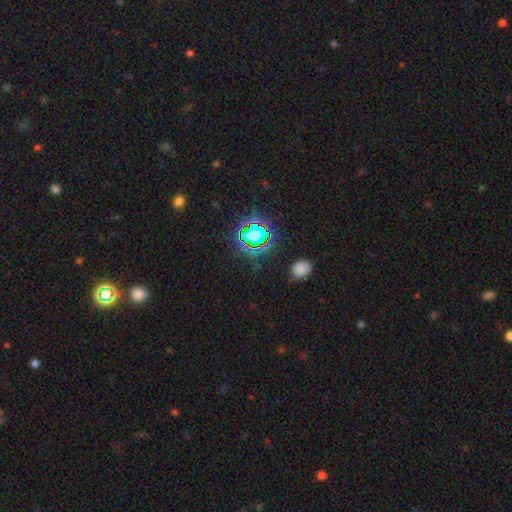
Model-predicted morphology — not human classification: Smooth or featured? star or artifact (75%)